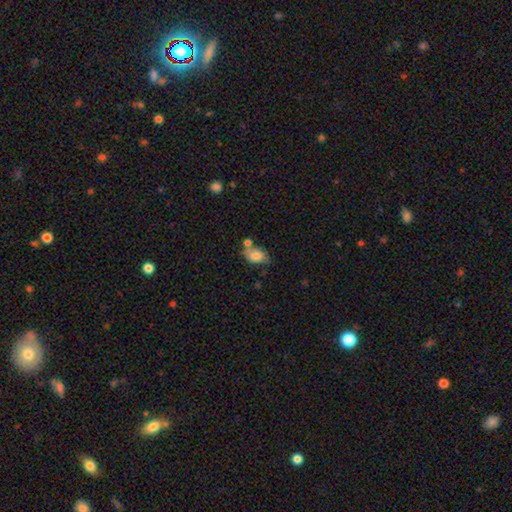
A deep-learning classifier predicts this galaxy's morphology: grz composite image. It shows a smooth galaxy with no disk features (80%) that is in between round and cigar-shaped (87%). Merging: none (50%).